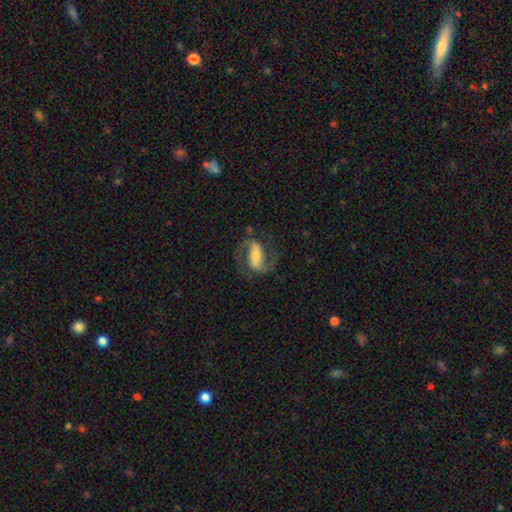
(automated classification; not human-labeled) Smooth or featured: featured or disk — 83% (smooth — 11%)
Edge-on disk: no — 97% (yes — 3%)
Bar: strong — 53% (weak — 31%)
Spiral arms: yes — 95% (no — 5%)
Spiral winding: medium — 57% (loose — 27%)
Spiral arm count: 2 — 92% (can't tell — 3%)
Bulge size: moderate — 36% (small — 31%)
Merging: none — 74% (minor disturbance — 14%)